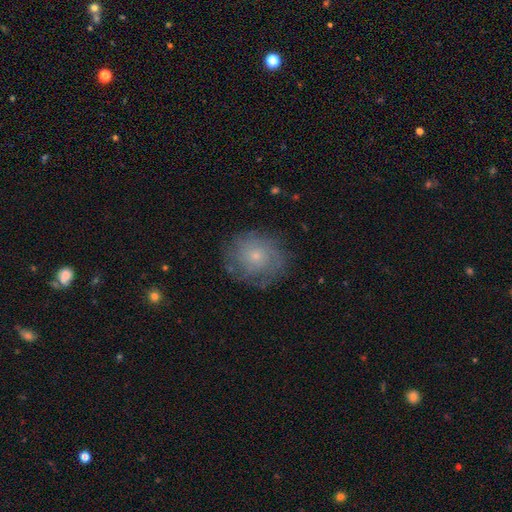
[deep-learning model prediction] The model was most divided on "smooth or featured": featured or disk: 49%, smooth: 40%, star or artifact: 11%. More confident: merging — none (77%).